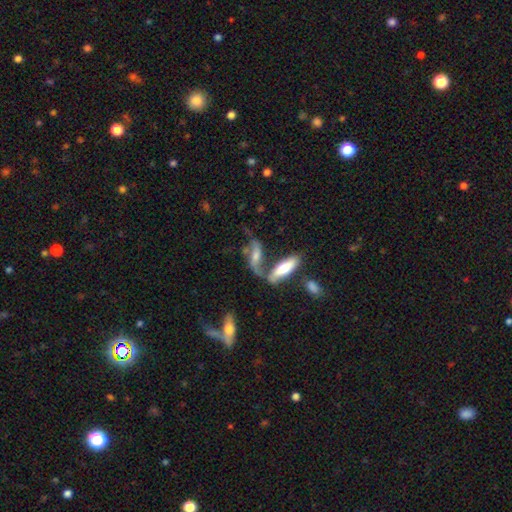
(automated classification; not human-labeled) The model was most divided on "merging": merger: 39%, none: 34%, minor disturbance: 15%, major disturbance: 12%. More confident: edge-on disk — no (66%); smooth or featured — featured or disk (57%).